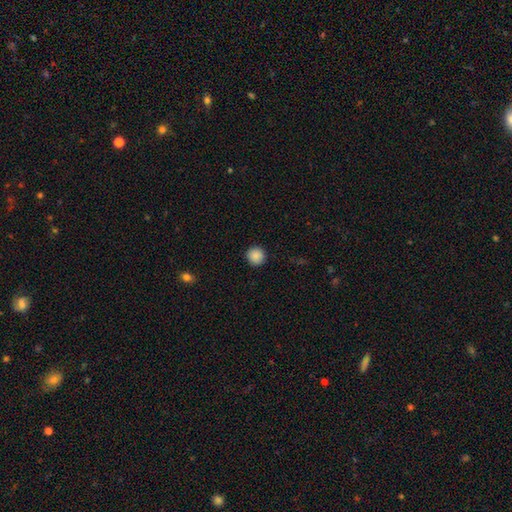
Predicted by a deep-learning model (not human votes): The model was most divided on "smooth or featured": smooth: 89%, star or artifact: 8%, featured or disk: 3%. More confident: how rounded — round (94%); merging — none (92%).